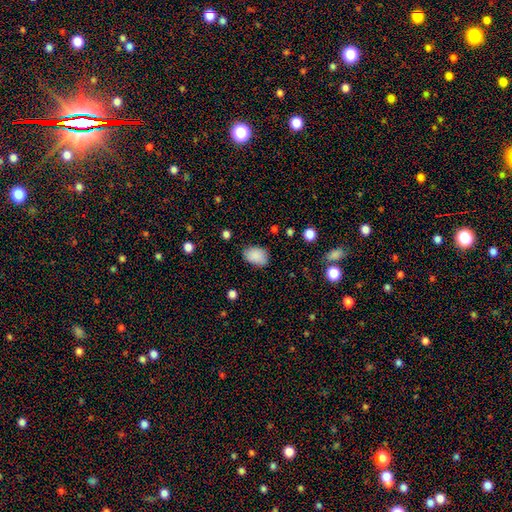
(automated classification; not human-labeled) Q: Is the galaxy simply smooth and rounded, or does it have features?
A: smooth — 88%.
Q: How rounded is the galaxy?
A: in between — 79%.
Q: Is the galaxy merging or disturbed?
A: none — 78%.